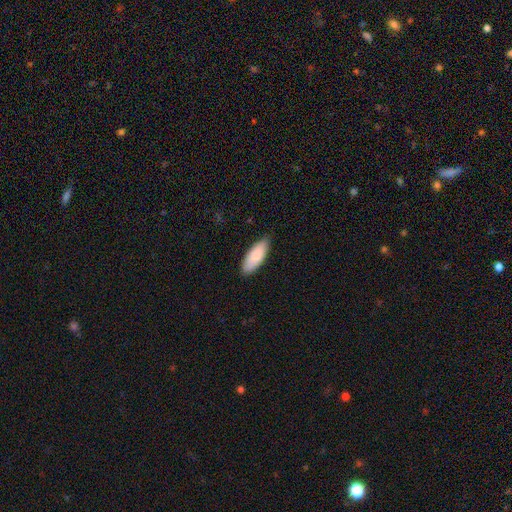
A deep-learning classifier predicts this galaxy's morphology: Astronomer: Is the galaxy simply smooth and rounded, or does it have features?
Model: smooth — 87%.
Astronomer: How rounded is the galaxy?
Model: in between — 75%.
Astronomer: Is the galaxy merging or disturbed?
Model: none — 81%.